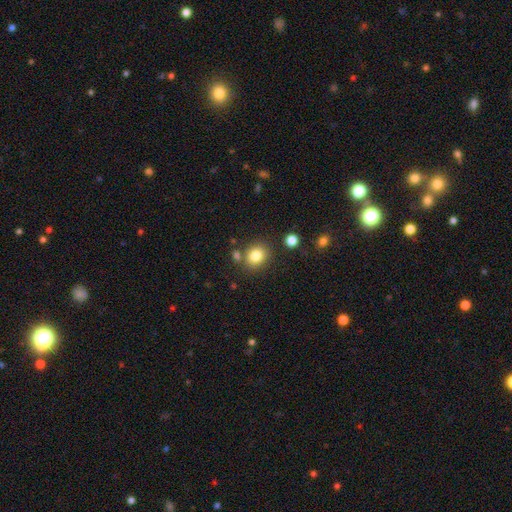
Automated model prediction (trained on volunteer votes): Smooth or featured: smooth — 82% (star or artifact — 10%)
How rounded: round — 63% (in between — 36%)
Merging: none — 77% (minor disturbance — 11%)